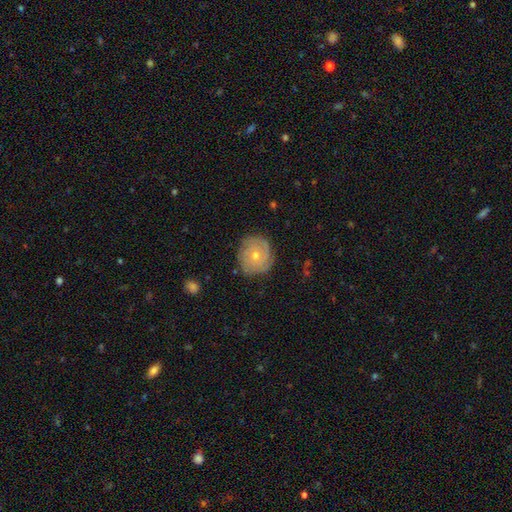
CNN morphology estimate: Smooth or featured: featured or disk — 64% (smooth — 27%)
Edge-on disk: no — 97% (yes — 3%)
Bar: no — 85% (weak — 13%)
Spiral arms: yes — 85% (no — 15%)
Spiral winding: tight — 73% (medium — 20%)
Spiral arm count: can't tell — 42% (3 — 20%)
Bulge size: small — 50% (moderate — 47%)
Merging: none — 81% (minor disturbance — 14%)